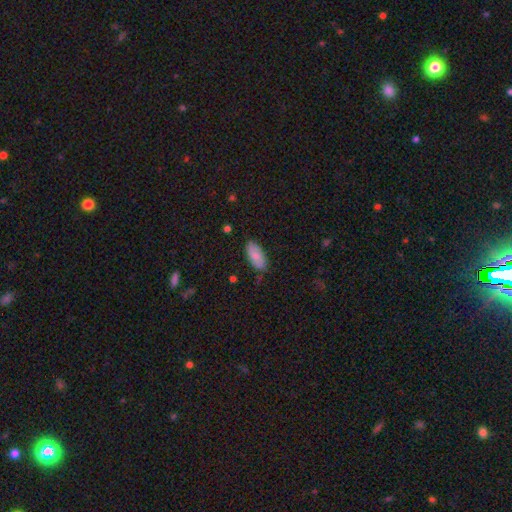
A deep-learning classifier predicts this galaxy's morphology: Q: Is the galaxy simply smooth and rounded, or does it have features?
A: smooth — 80%.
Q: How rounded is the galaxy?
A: in between — 88%.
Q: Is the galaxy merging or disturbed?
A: none — 79%.